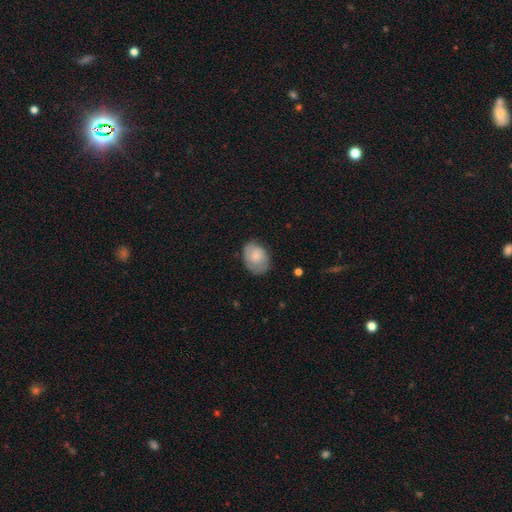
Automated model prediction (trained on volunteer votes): smooth 72%, featured or disk 21%, star or artifact 7%. Down the decision tree: how rounded — in between (74%); merging — none (68%).